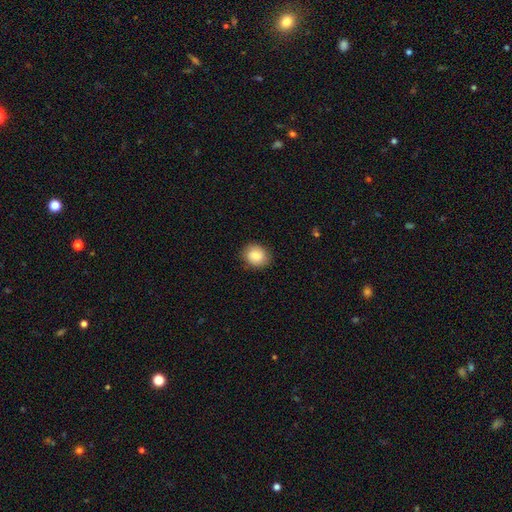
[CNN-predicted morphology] This is clearly a smooth galaxy (80%). How rounded: likely round (69%). Merging: clearly none (85%).